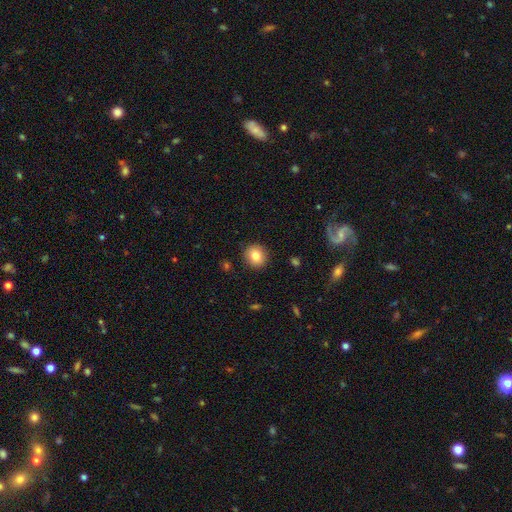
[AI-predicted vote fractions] The model was most divided on "smooth or featured": smooth: 82%, star or artifact: 10%, featured or disk: 8%. More confident: merging — none (91%); how rounded — round (91%).